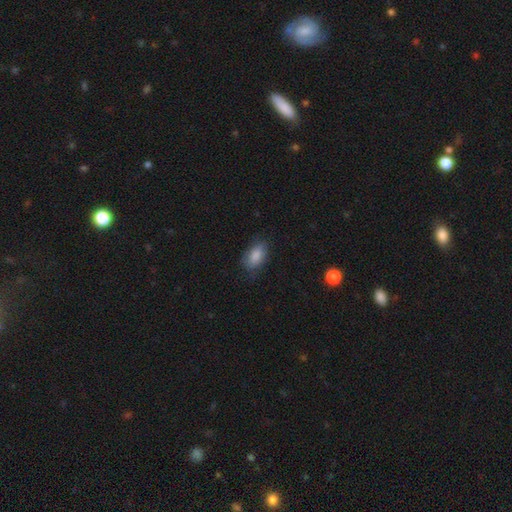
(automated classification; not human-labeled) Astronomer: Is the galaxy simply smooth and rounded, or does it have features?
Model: smooth — 86%.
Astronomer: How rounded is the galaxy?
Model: in between — 92%.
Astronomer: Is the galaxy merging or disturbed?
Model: none — 74%.